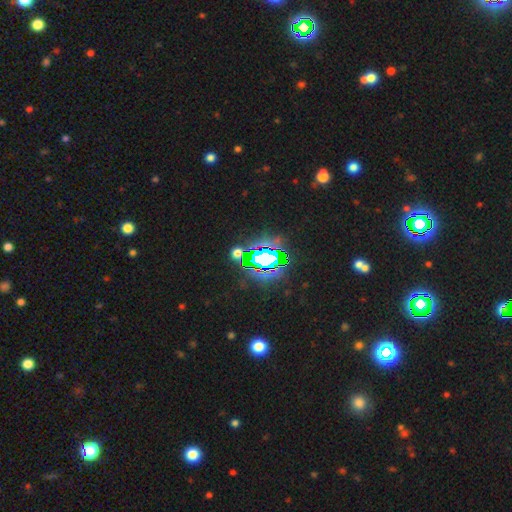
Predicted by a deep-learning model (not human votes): A star or artifact, not a galaxy (80%).

Vote fractions:
- Smooth or featured? star or artifact: 80% / smooth: 11% / featured or disk: 9%